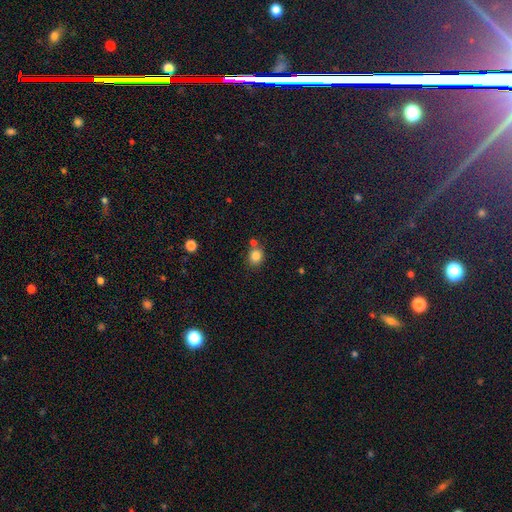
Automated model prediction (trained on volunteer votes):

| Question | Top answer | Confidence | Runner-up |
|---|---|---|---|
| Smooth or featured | smooth | 83% | star or artifact (11%) |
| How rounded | round | 69% | in between (30%) |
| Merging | none | 65% | merger (20%) |